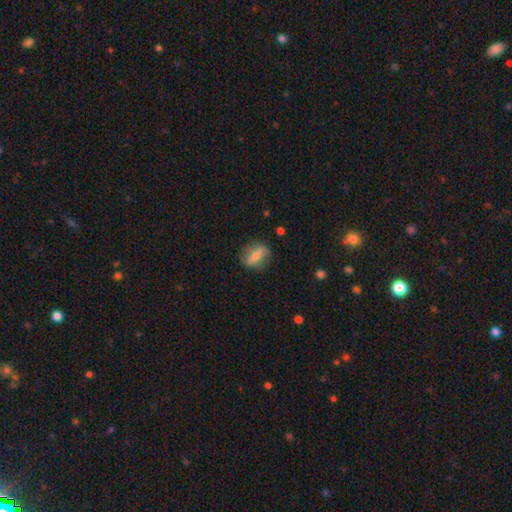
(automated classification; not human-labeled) A featured or disk galaxy (48%).

Vote fractions:
- Smooth or featured? featured or disk: 48% / smooth: 45% / star or artifact: 7%
- Merging? none: 76% / minor disturbance: 16% / major disturbance: 6% / merger: 1%